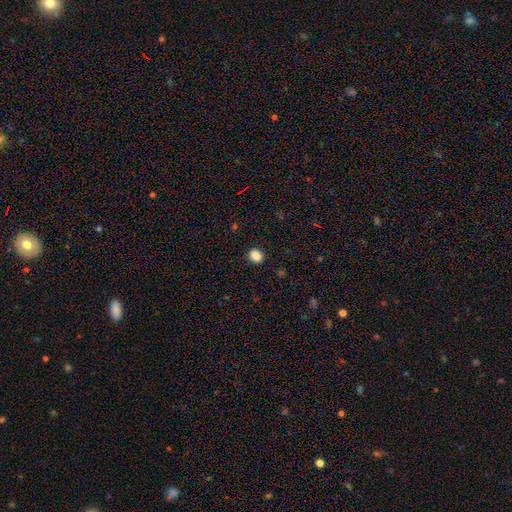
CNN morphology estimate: Smooth or featured: smooth — 88% (star or artifact — 10%)
How rounded: round — 57% (in between — 42%)
Merging: none — 89% (minor disturbance — 8%)